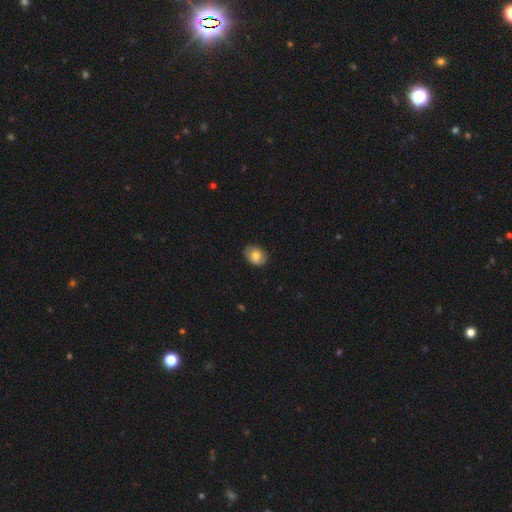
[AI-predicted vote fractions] smooth-or-featured: smooth: 74% | featured or disk: 18% | star or artifact: 8%
  how-rounded: in between: 62% | round: 37% | cigar-shaped: 1%
  merging: none: 80% | minor disturbance: 16% | major disturbance: 3% | merger: 1%